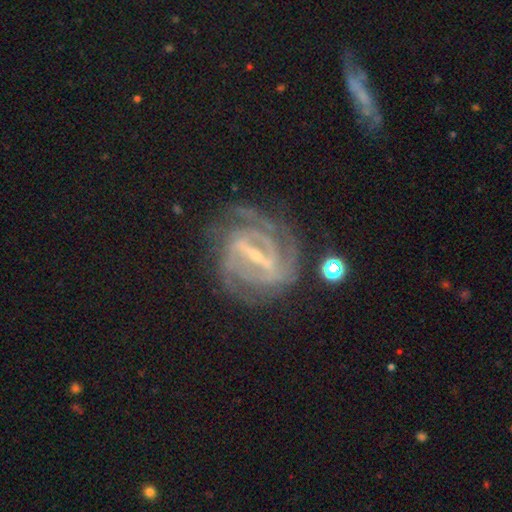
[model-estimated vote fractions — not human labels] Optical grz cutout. It shows a featured or disk galaxy (90%) with a strong bar (76%), 2 (33%) tight (65%) spiral arms (96%) and a small central bulge (69%). Merging: none (73%).